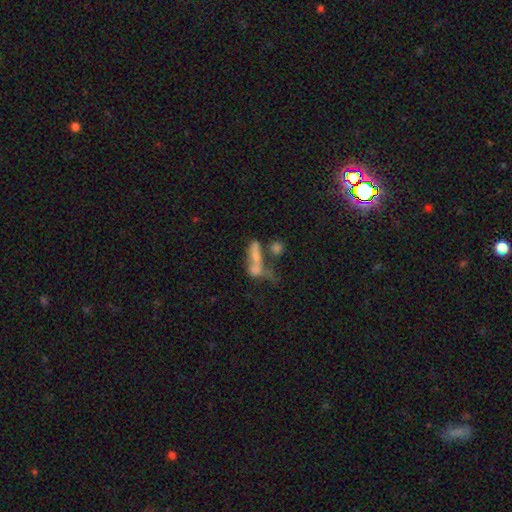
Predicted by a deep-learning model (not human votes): Smooth or featured? Predicted: smooth (p=0.43). Merging? Predicted: merger (p=0.51).